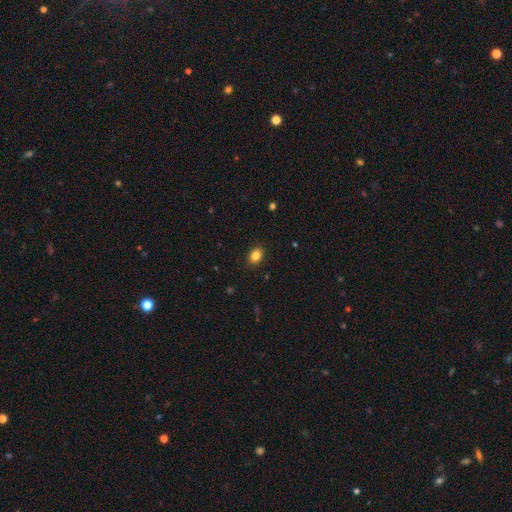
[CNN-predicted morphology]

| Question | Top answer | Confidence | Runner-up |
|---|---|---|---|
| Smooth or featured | smooth | 84% | star or artifact (10%) |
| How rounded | in between | 66% | round (33%) |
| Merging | none | 88% | minor disturbance (8%) |